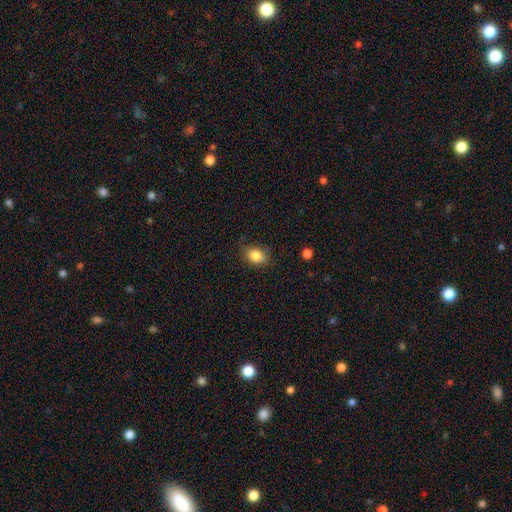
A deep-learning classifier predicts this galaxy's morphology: smooth 84%, star or artifact 9%, featured or disk 7%. Down the decision tree: how rounded — in between (71%); merging — none (78%).